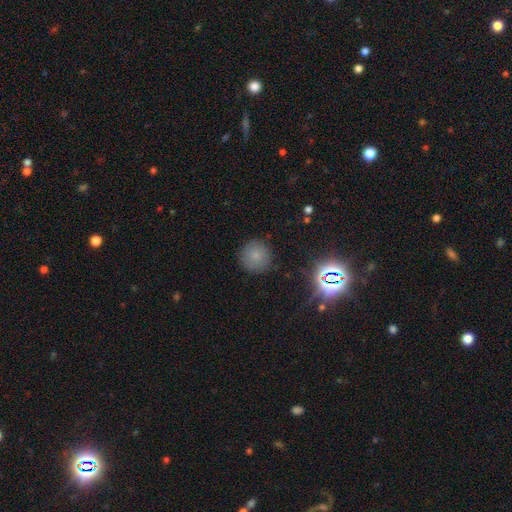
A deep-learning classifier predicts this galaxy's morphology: Smooth or featured? Predicted: smooth (p=0.77). How rounded? Predicted: round (p=0.94). Merging? Predicted: none (p=0.87).